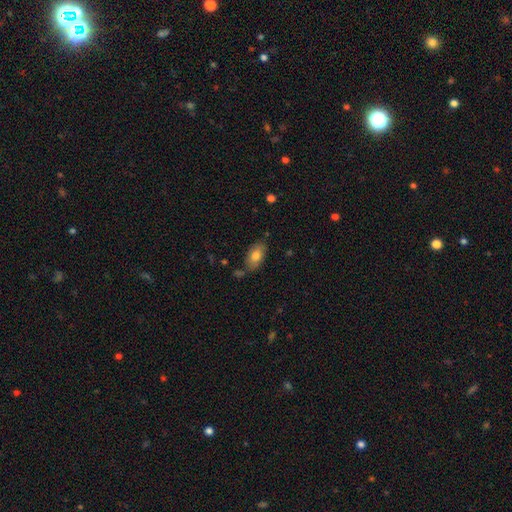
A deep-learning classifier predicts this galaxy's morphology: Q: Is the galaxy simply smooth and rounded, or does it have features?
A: smooth — 77%.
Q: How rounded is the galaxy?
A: in between — 92%.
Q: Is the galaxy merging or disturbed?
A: none — 74%.